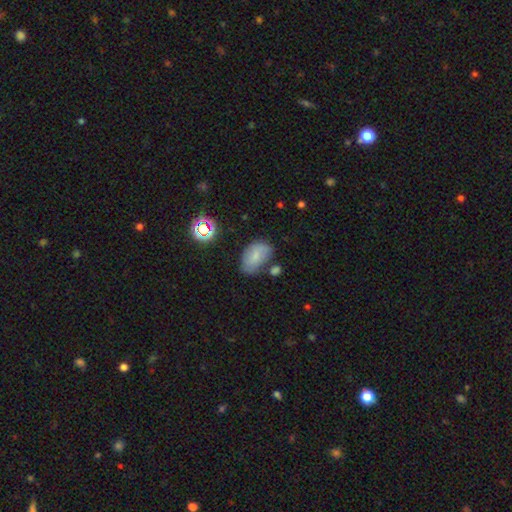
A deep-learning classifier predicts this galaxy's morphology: Smooth or featured? smooth (70%)
How rounded? in between (88%)
Merging? none (58%)